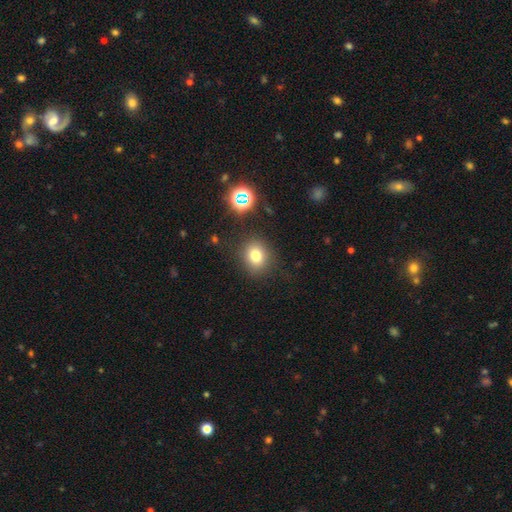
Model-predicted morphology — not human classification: A smooth galaxy with no disk features (75%) that is round (68%). Merging: none (84%).